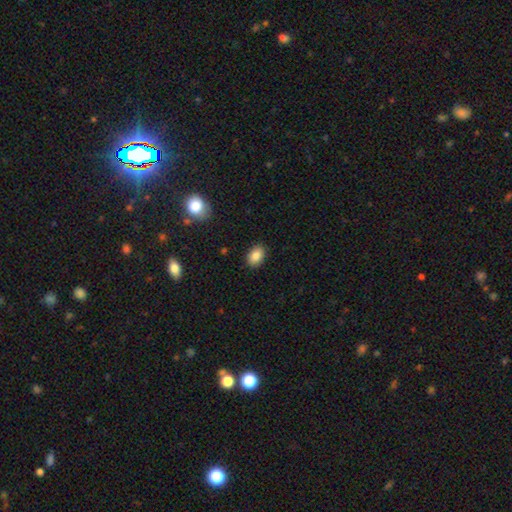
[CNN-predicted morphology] Smooth or featured? Predicted: smooth (p=0.86). How rounded? Predicted: in between (p=0.82). Merging? Predicted: none (p=0.88).